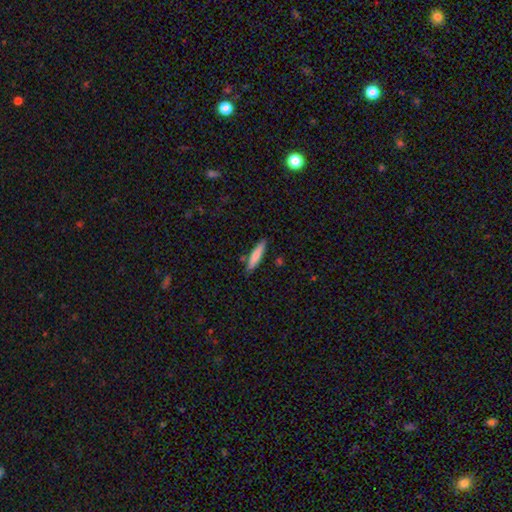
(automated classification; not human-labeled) Smooth or featured?
  - smooth: 77% *
  - featured or disk: 18%
  - star or artifact: 6%
How rounded?
  - cigar-shaped: 87% *
  - in between: 12%
  - round: 1%
Merging?
  - none: 83% *
  - minor disturbance: 11%
  - merger: 4%
  - major disturbance: 2%